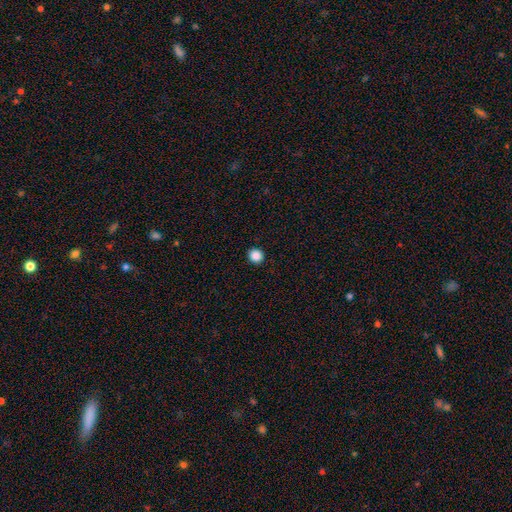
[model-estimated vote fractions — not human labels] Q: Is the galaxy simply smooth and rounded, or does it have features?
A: smooth — 87%.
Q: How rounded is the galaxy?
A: round — 92%.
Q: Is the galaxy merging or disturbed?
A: none — 93%.